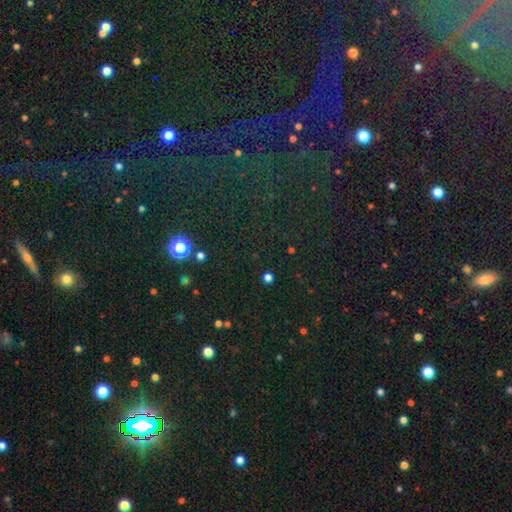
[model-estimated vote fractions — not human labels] The model was most divided on "smooth or featured": star or artifact: 81%, smooth: 12%, featured or disk: 7%.